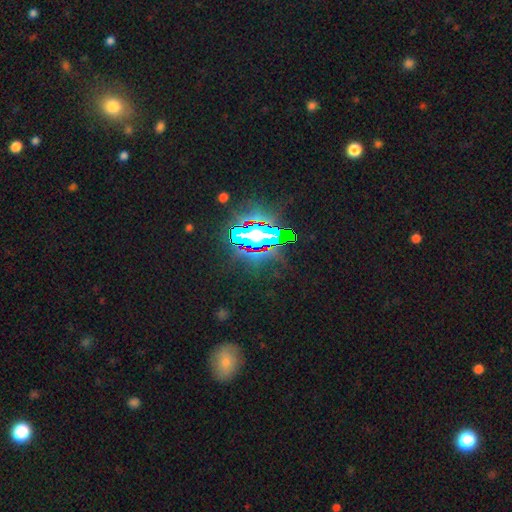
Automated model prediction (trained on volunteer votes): Smooth or featured? Predicted: star or artifact (p=0.72).